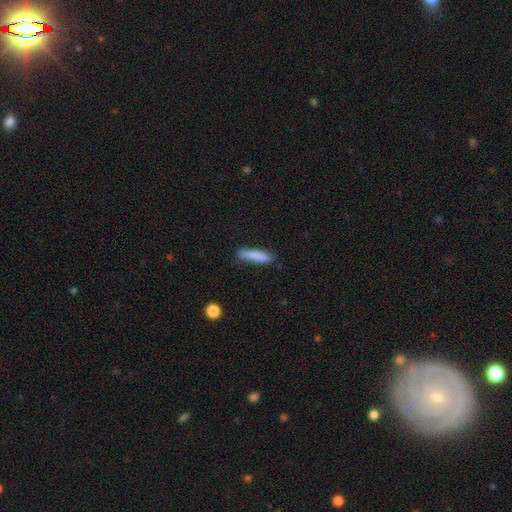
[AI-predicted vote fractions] Smooth or featured? Predicted: smooth (p=0.85). How rounded? Predicted: cigar-shaped (p=0.78). Merging? Predicted: none (p=0.79).